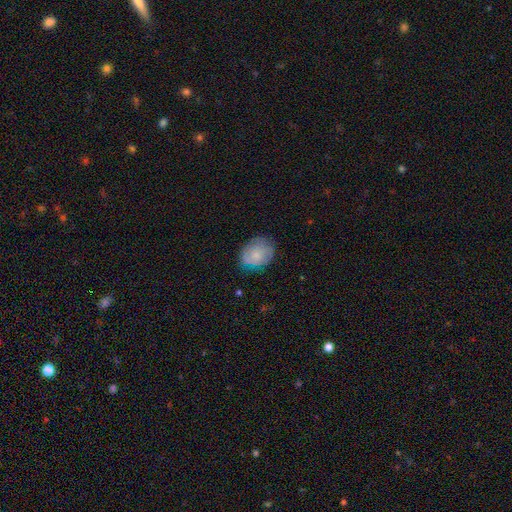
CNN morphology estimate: A smooth galaxy with no disk features (70%) that is in between round and cigar-shaped (62%). Merging: none (72%).